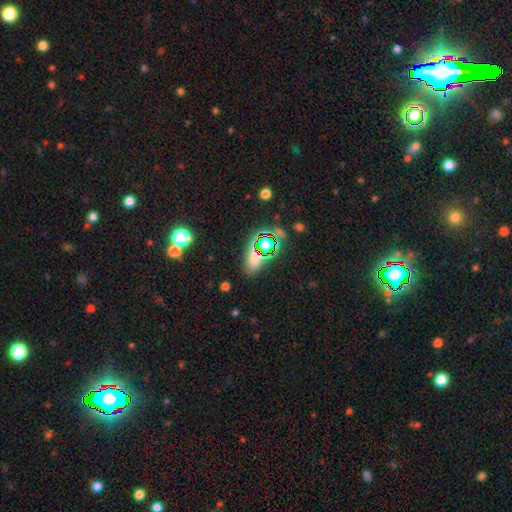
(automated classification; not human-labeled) The model was most divided on "smooth or featured": smooth: 52%, star or artifact: 38%, featured or disk: 10%. More confident: how rounded — in between (75%); merging — none (70%).